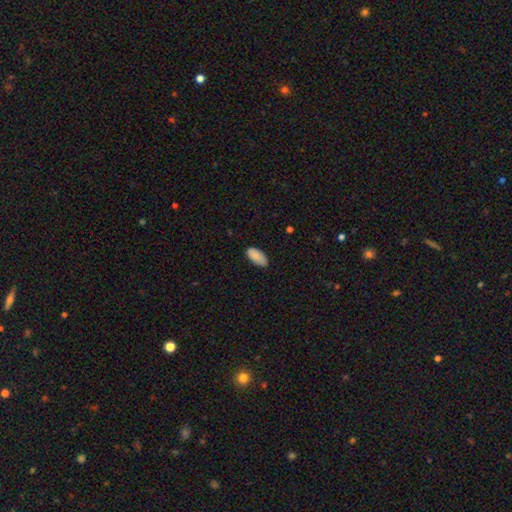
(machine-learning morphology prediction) A smooth galaxy with no disk features (84%) that is in between round and cigar-shaped (94%).

Vote fractions:
- Smooth or featured? smooth: 84% / featured or disk: 10% / star or artifact: 7%
- How rounded? in between: 94% / cigar-shaped: 3% / round: 2%
- Merging? none: 81% / minor disturbance: 16% / major disturbance: 2% / merger: 1%